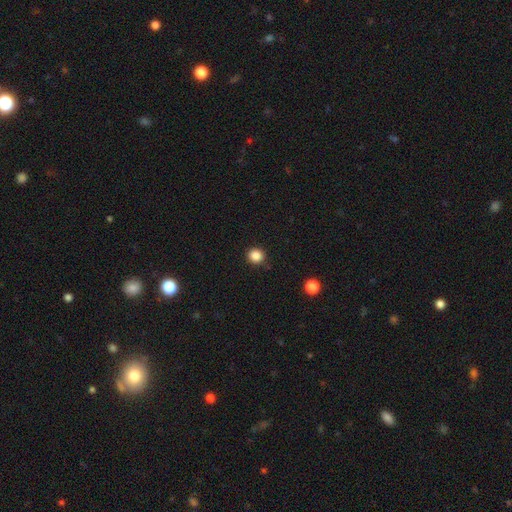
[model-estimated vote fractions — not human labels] Smooth or featured? Predicted: smooth (p=0.86). How rounded? Predicted: round (p=0.89). Merging? Predicted: none (p=0.90).